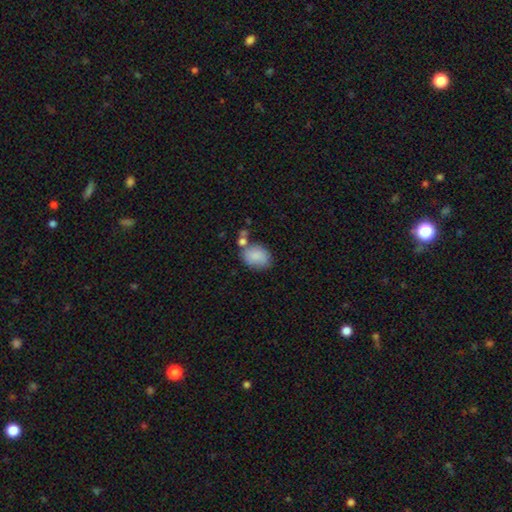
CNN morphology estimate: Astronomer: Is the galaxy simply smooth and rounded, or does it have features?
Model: smooth — 85%.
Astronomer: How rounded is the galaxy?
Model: in between — 69%.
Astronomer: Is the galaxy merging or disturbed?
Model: none — 57%.